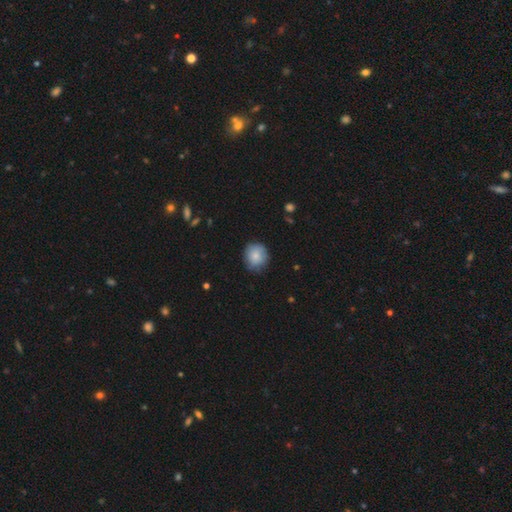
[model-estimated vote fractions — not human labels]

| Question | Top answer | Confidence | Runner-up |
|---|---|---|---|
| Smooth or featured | smooth | 82% | featured or disk (11%) |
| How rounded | round | 85% | in between (14%) |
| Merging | none | 77% | minor disturbance (18%) |